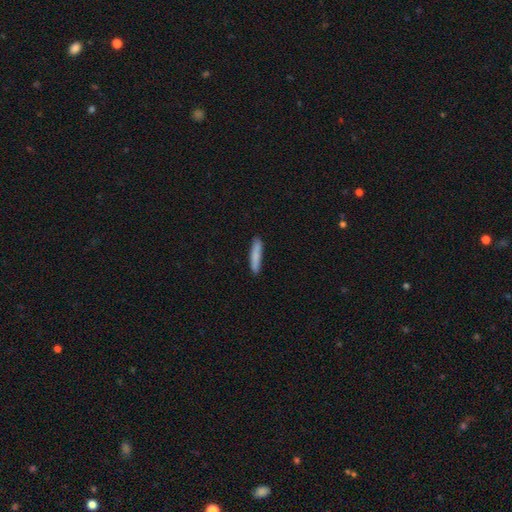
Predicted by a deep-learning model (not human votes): Overall: smooth (83%). How rounded: cigar-shaped (88%). Merging: none (87%).